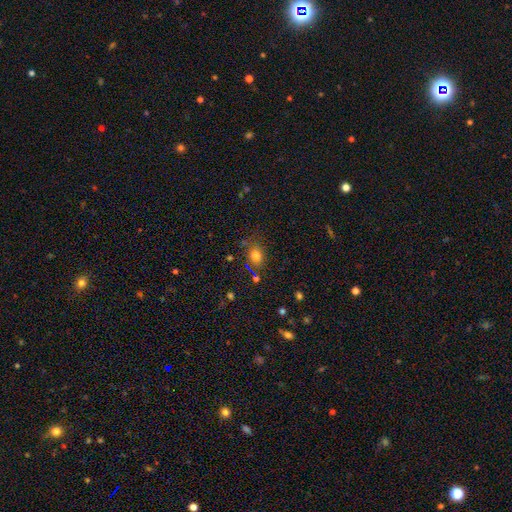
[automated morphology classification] Q: Smooth or featured?
A: smooth (74%); runner-up: star or artifact (17%)
Q: How rounded?
A: round (58%); runner-up: in between (40%)
Q: Merging?
A: none (72%); runner-up: minor disturbance (16%)